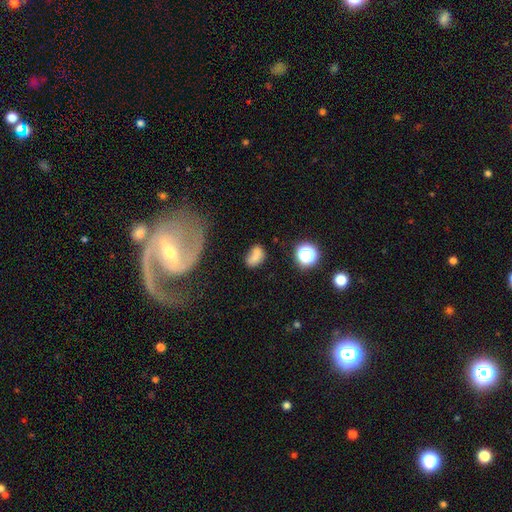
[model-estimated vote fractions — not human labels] A smooth galaxy with no disk features (68%) that is in between round and cigar-shaped (77%). Merging: none (41%).